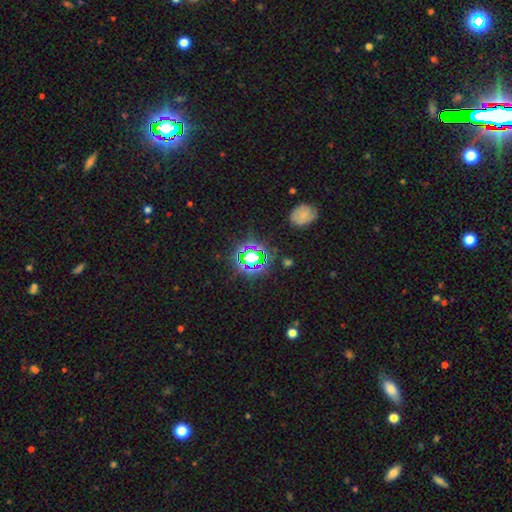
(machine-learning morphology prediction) This appears to be a star or artifact, not a galaxy (64%).